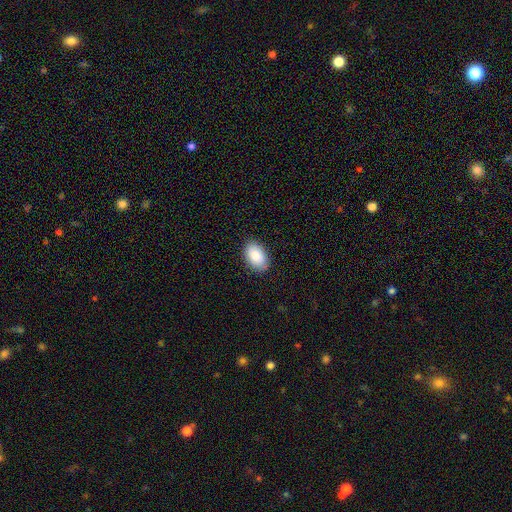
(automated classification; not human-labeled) This is clearly a smooth galaxy (88%). How rounded: clearly in between (92%). Merging: clearly none (87%).